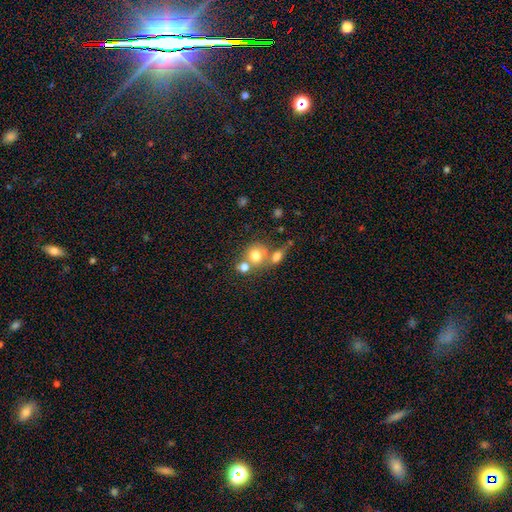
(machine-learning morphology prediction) The model was most divided on "merging": none: 44%, merger: 41%, minor disturbance: 10%, major disturbance: 5%. More confident: how rounded — round (78%); smooth or featured — smooth (73%).